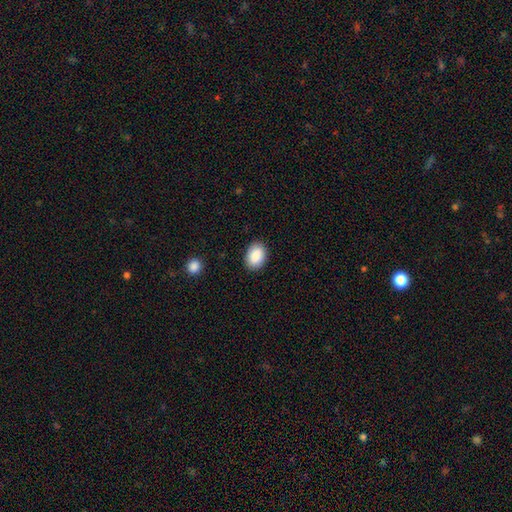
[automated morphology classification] smooth_or_featured: smooth (p=0.89) [alt: star or artifact p=0.07]
how_rounded: in between (p=0.80) [alt: round p=0.19]
merging: none (p=0.88) [alt: minor disturbance p=0.08]